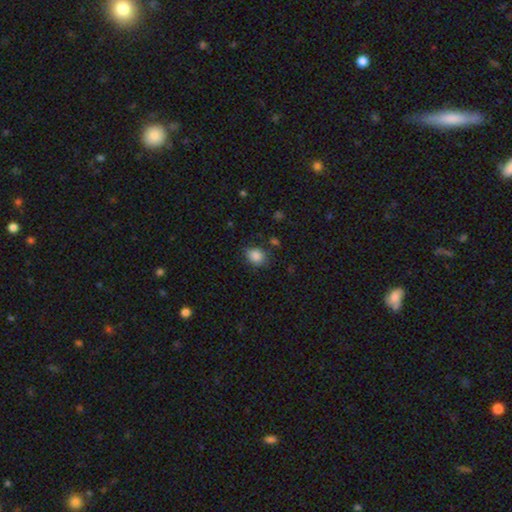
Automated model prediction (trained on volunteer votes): Smooth or featured: smooth — 87% (star or artifact — 9%)
How rounded: round — 51% (in between — 48%)
Merging: none — 77% (minor disturbance — 17%)